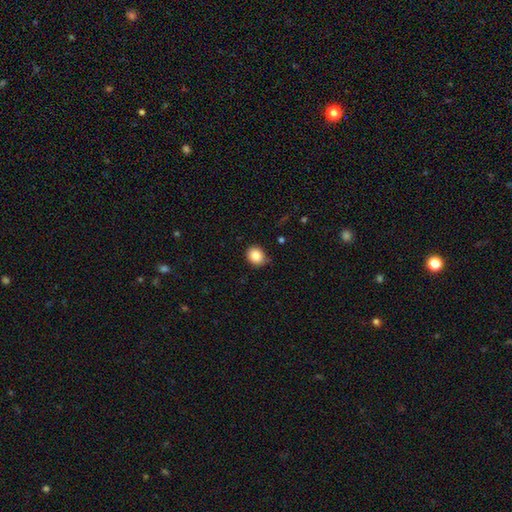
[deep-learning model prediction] Smooth or featured? Predicted: smooth (p=0.85). How rounded? Predicted: round (p=0.70). Merging? Predicted: none (p=0.81).